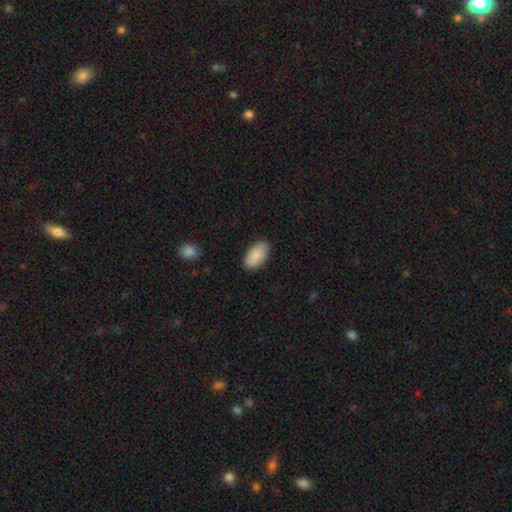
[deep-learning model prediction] A smooth galaxy with no disk features (88%) that is in between round and cigar-shaped (95%).

Vote fractions:
- Smooth or featured? smooth: 88% / featured or disk: 6% / star or artifact: 6%
- How rounded? in between: 95% / round: 3% / cigar-shaped: 2%
- Merging? none: 87% / minor disturbance: 10% / major disturbance: 2% / merger: 1%